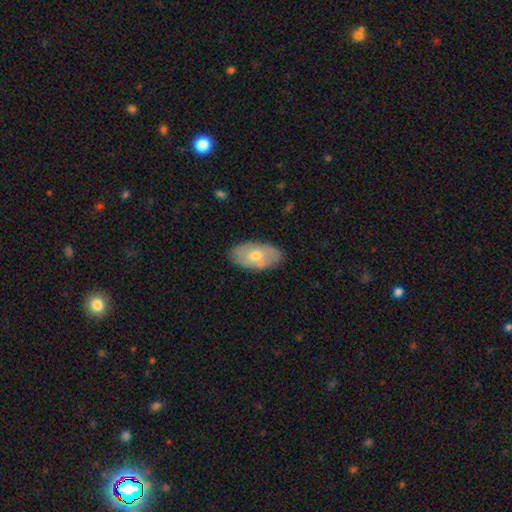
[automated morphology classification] Smooth or featured? smooth (57%)
How rounded? in between (93%)
Merging? none (78%)